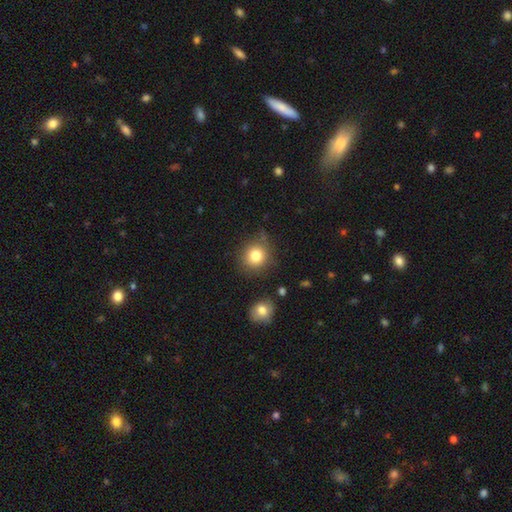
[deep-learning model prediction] smooth_or_featured: smooth (p=0.81) [alt: star or artifact p=0.11]
how_rounded: round (p=0.89) [alt: in between p=0.10]
merging: none (p=0.80) [alt: minor disturbance p=0.13]